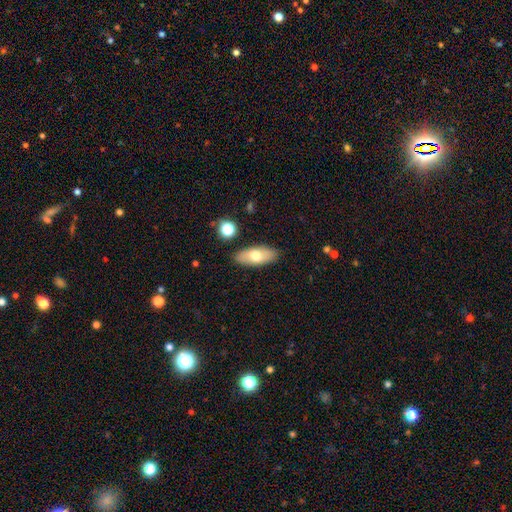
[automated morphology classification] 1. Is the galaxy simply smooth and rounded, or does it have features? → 68% smooth, 25% featured or disk, 7% star or artifact.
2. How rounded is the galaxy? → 81% in between, 16% cigar-shaped, 3% round.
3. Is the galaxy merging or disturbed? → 86% none, 9% minor disturbance, 2% merger, 2% major disturbance.